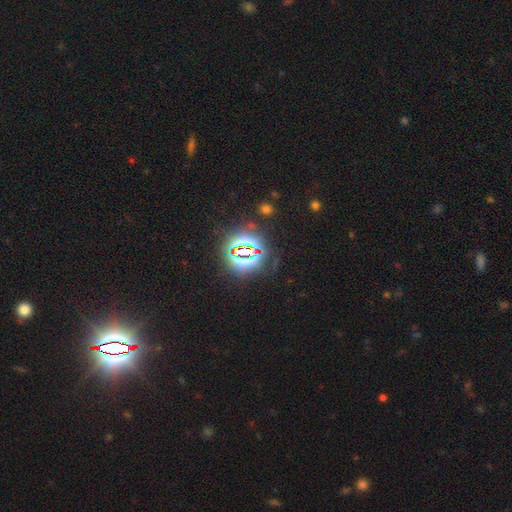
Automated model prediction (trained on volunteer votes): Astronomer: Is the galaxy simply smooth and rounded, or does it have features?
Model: star or artifact — 82%.